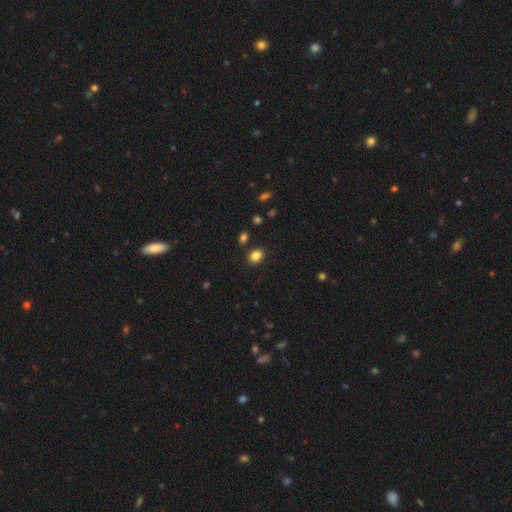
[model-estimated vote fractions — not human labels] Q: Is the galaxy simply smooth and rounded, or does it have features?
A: smooth — 85%.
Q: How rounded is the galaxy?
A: in between — 56%.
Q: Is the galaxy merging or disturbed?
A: none — 85%.